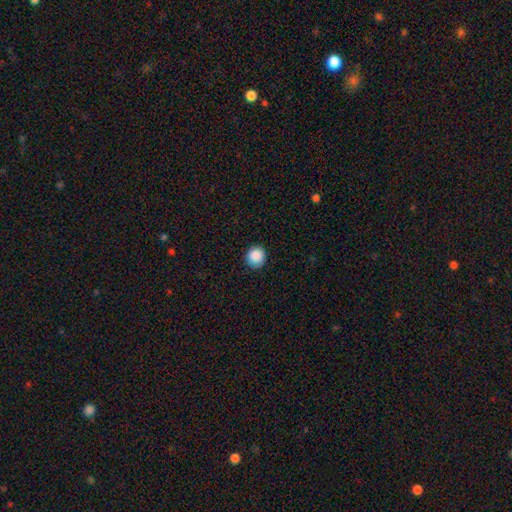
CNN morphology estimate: This appears to be a smooth galaxy with no disk features (88%) that is round (92%). Merging: none (89%).